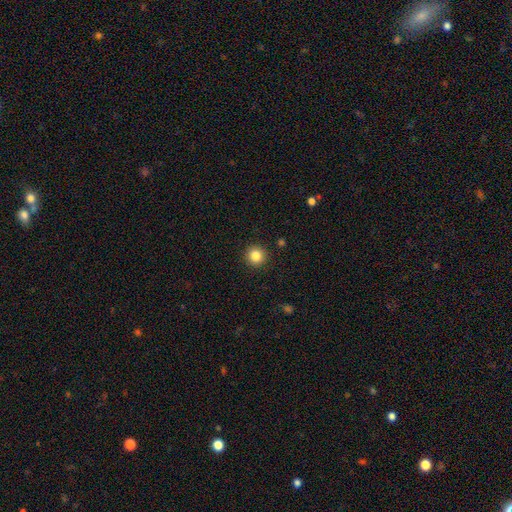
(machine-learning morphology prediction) Smooth or featured? Predicted: smooth (p=0.85). How rounded? Predicted: round (p=0.95). Merging? Predicted: none (p=0.93).